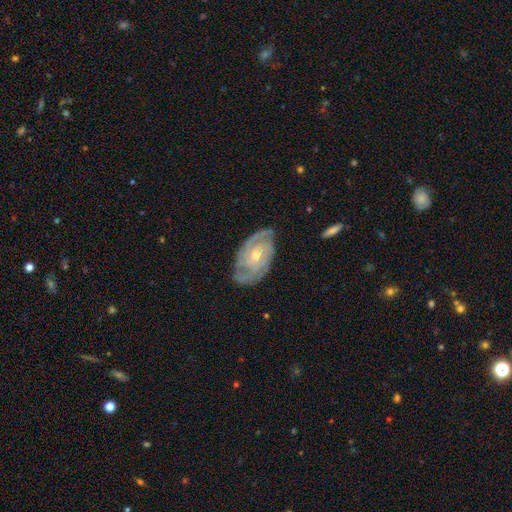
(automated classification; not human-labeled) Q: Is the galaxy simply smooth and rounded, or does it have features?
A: featured or disk — 86%.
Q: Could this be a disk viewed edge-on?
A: no — 96%.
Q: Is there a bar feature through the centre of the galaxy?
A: no — 61%.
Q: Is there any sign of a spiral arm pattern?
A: yes — 96%.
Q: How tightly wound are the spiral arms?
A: tight — 59%.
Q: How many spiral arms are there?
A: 2 — 37%.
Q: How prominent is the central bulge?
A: small — 58%.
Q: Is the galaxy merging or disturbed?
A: none — 76%.